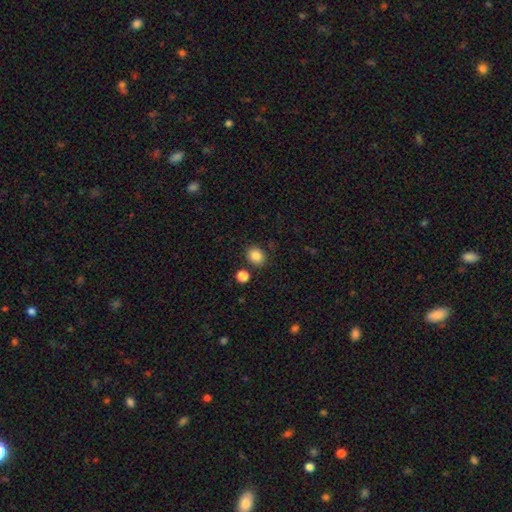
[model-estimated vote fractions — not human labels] smooth-or-featured: smooth: 86% | star or artifact: 10% | featured or disk: 4%
  how-rounded: round: 66% | in between: 33% | cigar-shaped: 1%
  merging: none: 82% | minor disturbance: 9% | merger: 6% | major disturbance: 3%